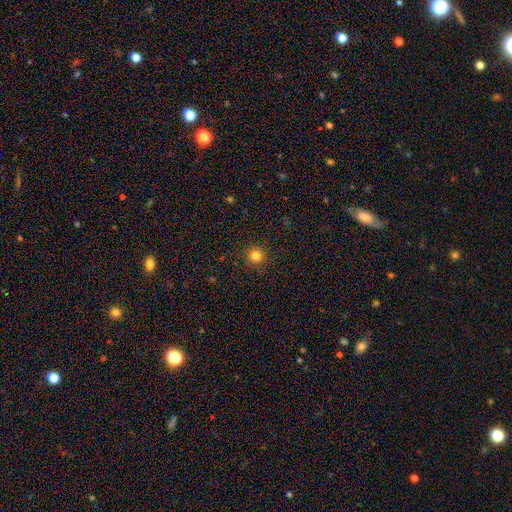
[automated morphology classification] Smooth or featured: smooth — 82% (star or artifact — 13%)
How rounded: round — 94% (in between — 5%)
Merging: none — 90% (minor disturbance — 6%)